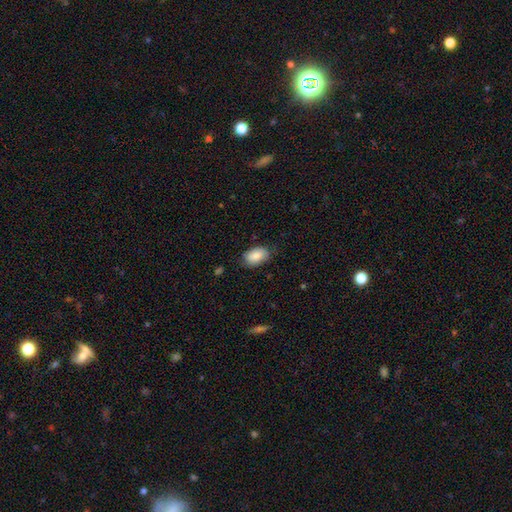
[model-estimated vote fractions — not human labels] smooth-or-featured: smooth: 85% | featured or disk: 8% | star or artifact: 6%
  how-rounded: in between: 91% | round: 8% | cigar-shaped: 1%
  merging: none: 76% | minor disturbance: 19% | major disturbance: 4% | merger: 1%